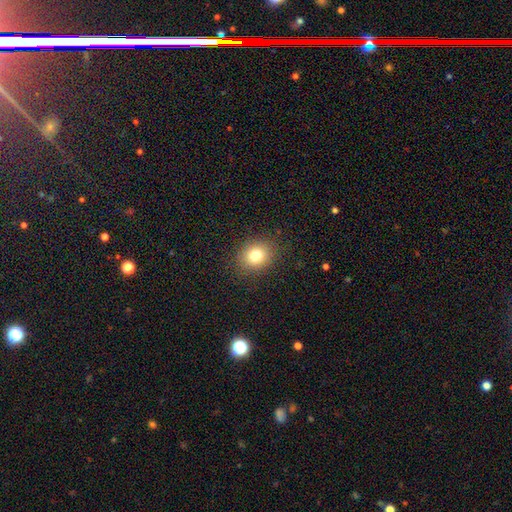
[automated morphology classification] The model was most divided on "how rounded": round: 61%, in between: 38%, cigar-shaped: 1%. More confident: merging — none (88%); smooth or featured — smooth (79%).